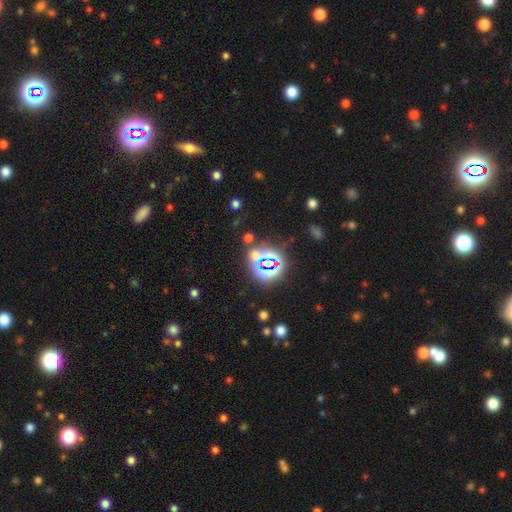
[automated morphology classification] Smooth or featured: star or artifact — 68% (smooth — 23%)